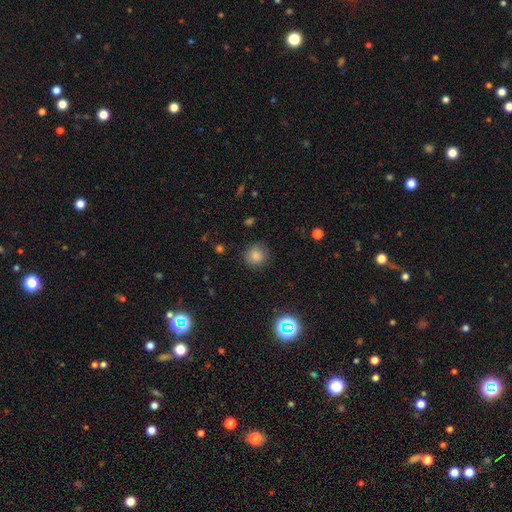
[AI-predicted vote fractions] Smooth or featured? smooth (83%)
How rounded? round (88%)
Merging? none (86%)